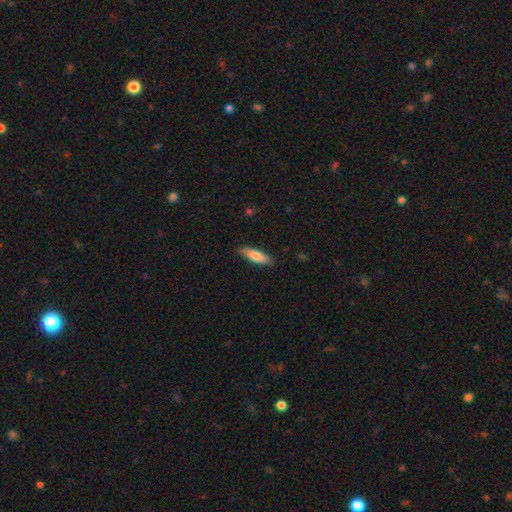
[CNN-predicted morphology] This appears to be a smooth galaxy with no disk features (76%) that is cigar-shaped (58%). Merging: none (86%).